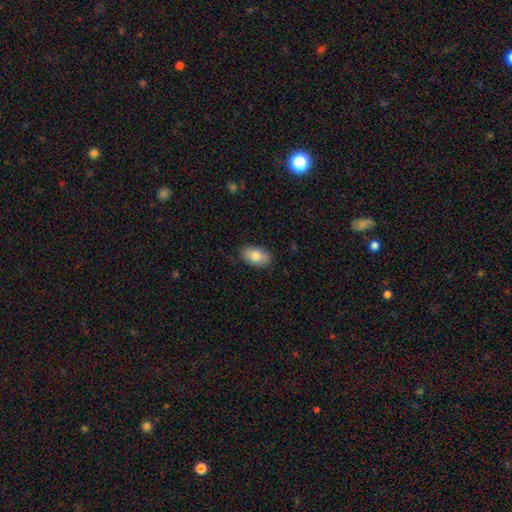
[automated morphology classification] Smooth or featured? Predicted: smooth (p=0.81). How rounded? Predicted: in between (p=0.92). Merging? Predicted: none (p=0.87).